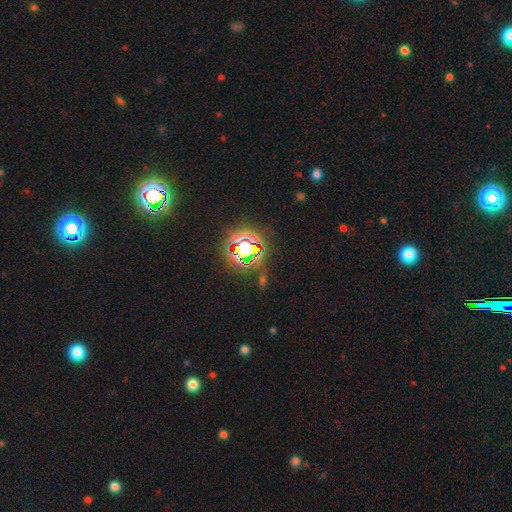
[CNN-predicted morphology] A star or artifact, not a galaxy (81%).